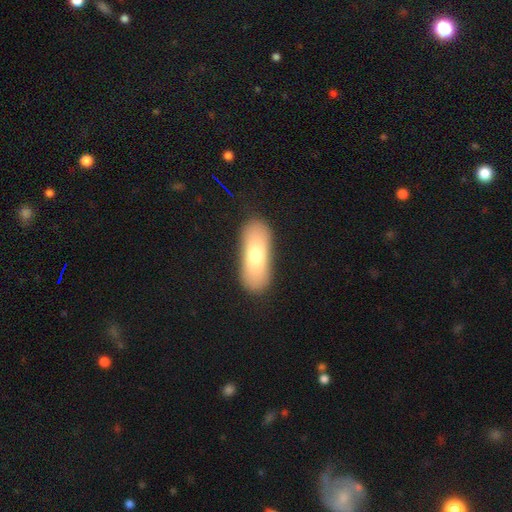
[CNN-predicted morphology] Smooth or featured? smooth (75%)
How rounded? in between (71%)
Merging? none (81%)